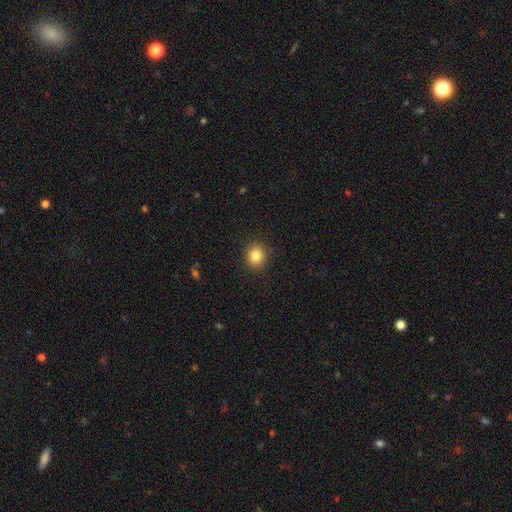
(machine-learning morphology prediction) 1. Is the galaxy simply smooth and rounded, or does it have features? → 84% smooth, 11% star or artifact, 5% featured or disk.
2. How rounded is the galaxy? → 79% round, 21% in between, 1% cigar-shaped.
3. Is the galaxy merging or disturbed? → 89% none, 7% minor disturbance, 2% major disturbance, 1% merger.